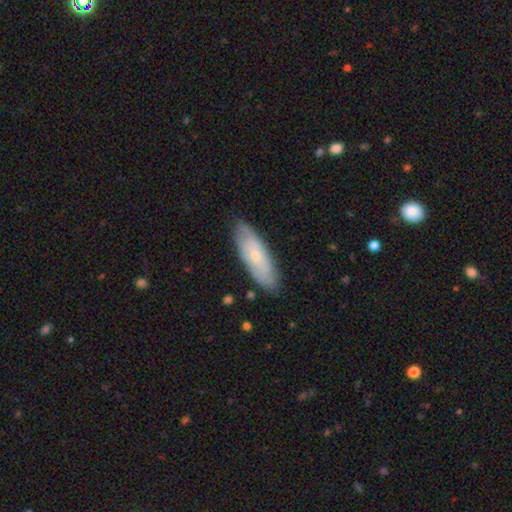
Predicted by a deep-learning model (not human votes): Smooth or featured?
  - smooth: 51% *
  - featured or disk: 43%
  - star or artifact: 6%
How rounded?
  - in between: 56% *
  - cigar-shaped: 42%
  - round: 2%
Merging?
  - none: 81% *
  - minor disturbance: 15%
  - major disturbance: 3%
  - merger: 1%